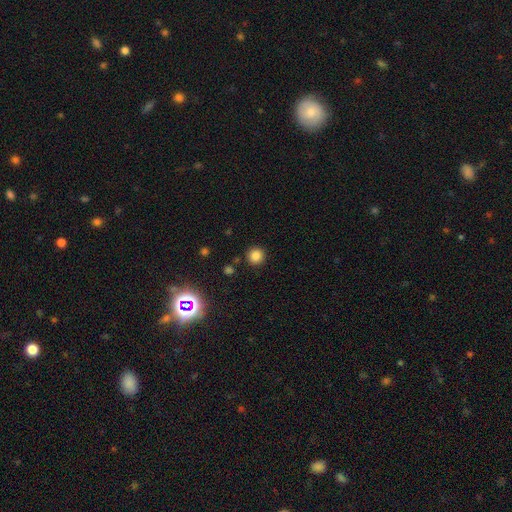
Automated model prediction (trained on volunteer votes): This is clearly a smooth galaxy (82%). How rounded: clearly round (94%). Merging: clearly none (90%).